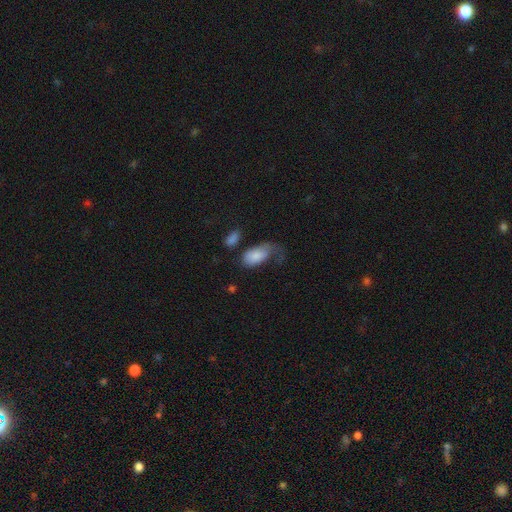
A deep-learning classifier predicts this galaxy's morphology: A smooth galaxy with no disk features (76%) that is in between round and cigar-shaped (94%). Merging: major disturbance (46%).